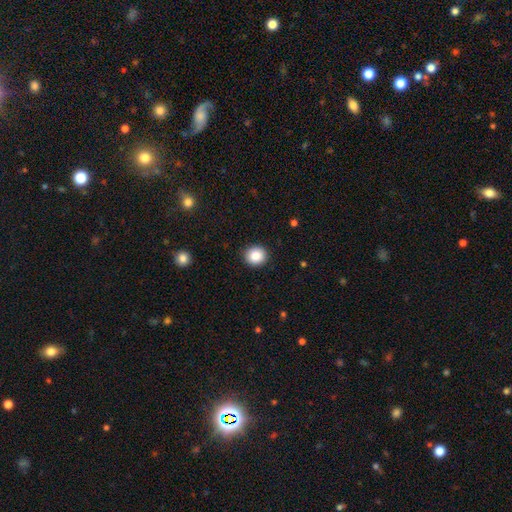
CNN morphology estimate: The model was most divided on "how rounded": round: 87%, in between: 12%, cigar-shaped: 1%. More confident: merging — none (92%); smooth or featured — smooth (85%).